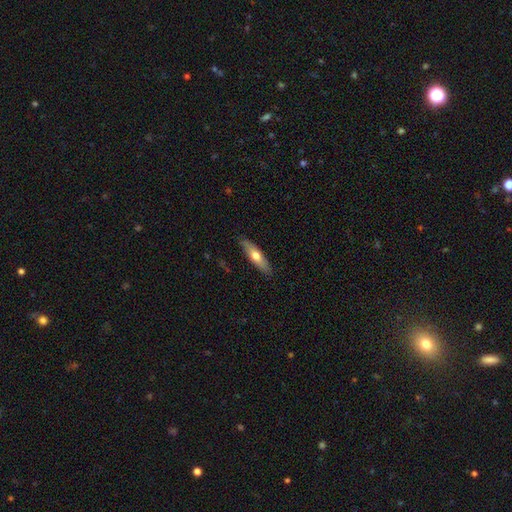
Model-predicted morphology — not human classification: Overall: smooth (59%; featured or disk 35%). How rounded: cigar-shaped (63%; in between 35%). Merging: none (86%).